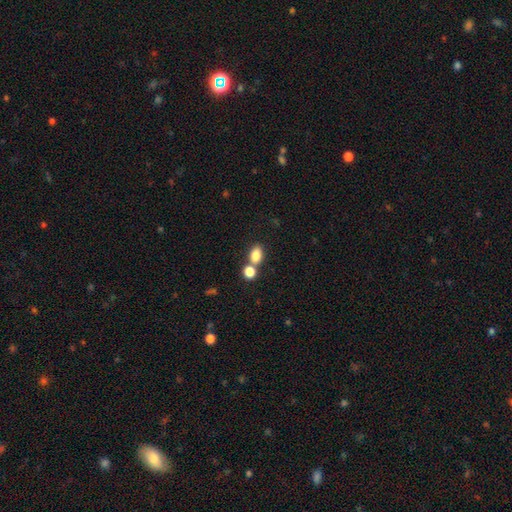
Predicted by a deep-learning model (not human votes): Overall: smooth (83%). How rounded: in between (76%). Merging: none (51%; merger 36%).